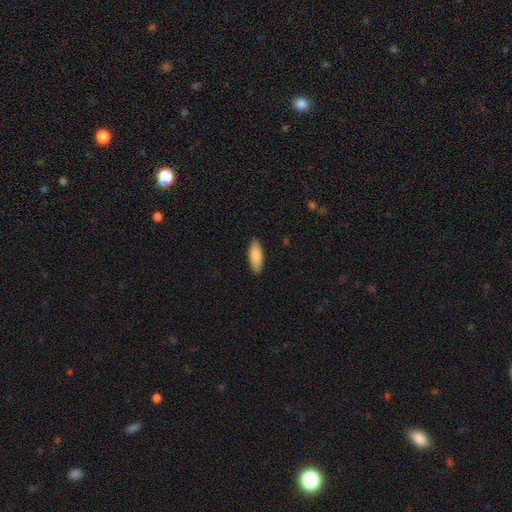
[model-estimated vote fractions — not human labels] The model was most divided on "how rounded": in between: 66%, cigar-shaped: 32%, round: 2%. More confident: merging — none (89%); smooth or featured — smooth (87%).